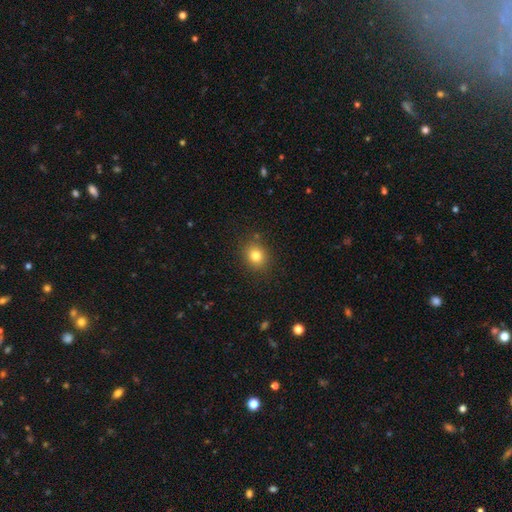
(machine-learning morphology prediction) smooth 80%, star or artifact 12%, featured or disk 7%. Down the decision tree: how rounded — round (70%); merging — none (86%).